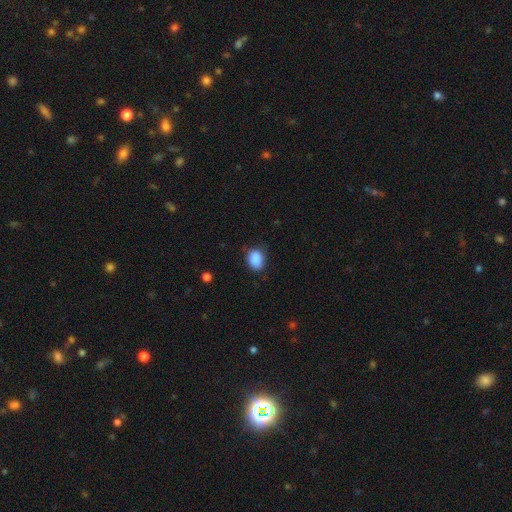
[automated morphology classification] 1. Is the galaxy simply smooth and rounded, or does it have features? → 88% smooth, 8% star or artifact, 4% featured or disk.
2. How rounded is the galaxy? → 69% in between, 30% round, 1% cigar-shaped.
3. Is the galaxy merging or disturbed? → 76% none, 19% minor disturbance, 4% major disturbance, 1% merger.